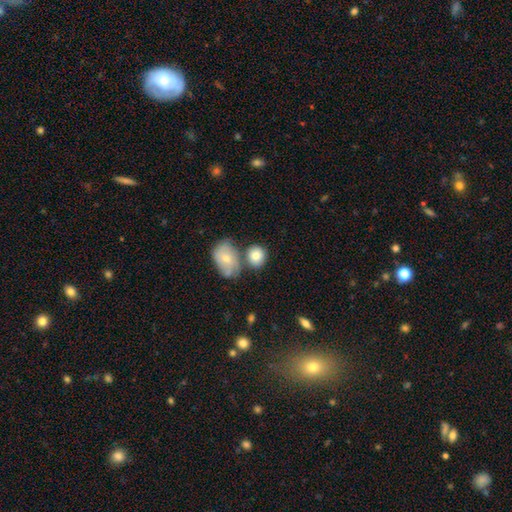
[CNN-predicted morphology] smooth-or-featured: smooth: 79% | featured or disk: 13% | star or artifact: 7%
  how-rounded: round: 68% | in between: 31% | cigar-shaped: 1%
  merging: none: 52% | merger: 30% | minor disturbance: 14% | major disturbance: 5%